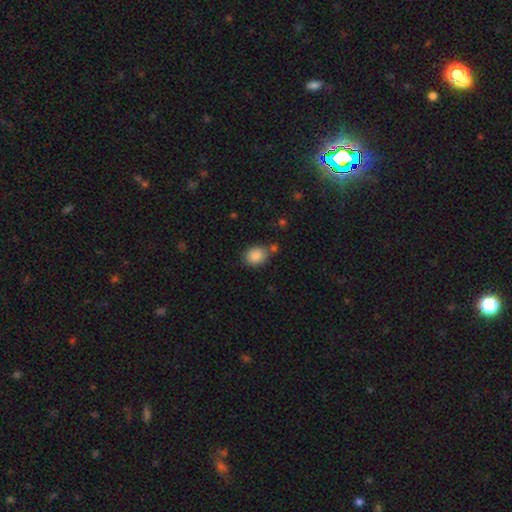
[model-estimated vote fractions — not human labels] Smooth or featured? Predicted: smooth (p=0.88). How rounded? Predicted: round (p=0.54). Merging? Predicted: none (p=0.70).